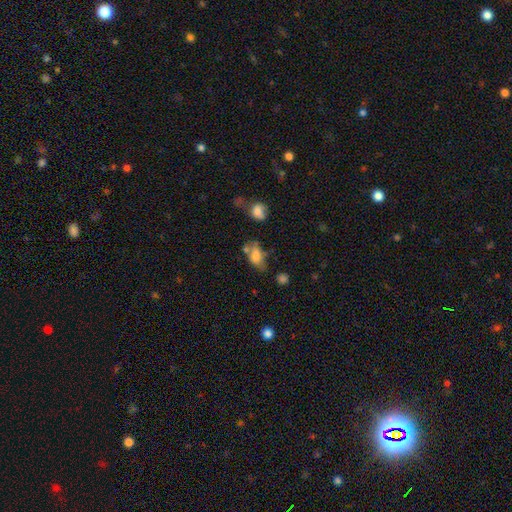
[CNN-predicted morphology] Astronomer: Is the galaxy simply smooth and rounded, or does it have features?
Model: smooth — 72%.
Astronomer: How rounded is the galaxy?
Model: in between — 86%.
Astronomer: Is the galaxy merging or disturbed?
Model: none — 40% (runner-up: minor disturbance, 28%).